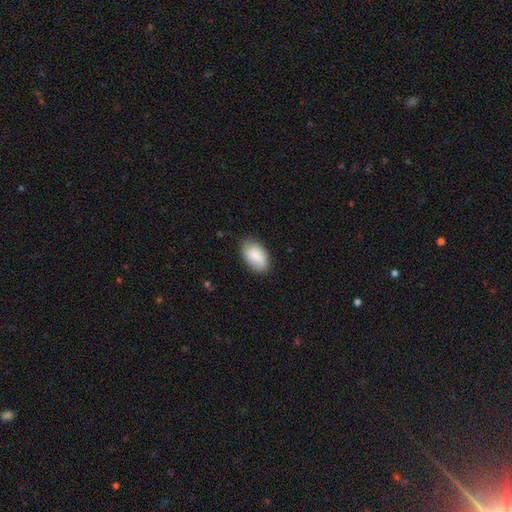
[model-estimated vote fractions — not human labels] Morphology: type=smooth (78%); roundness=in between (92%); merging=none (77%).